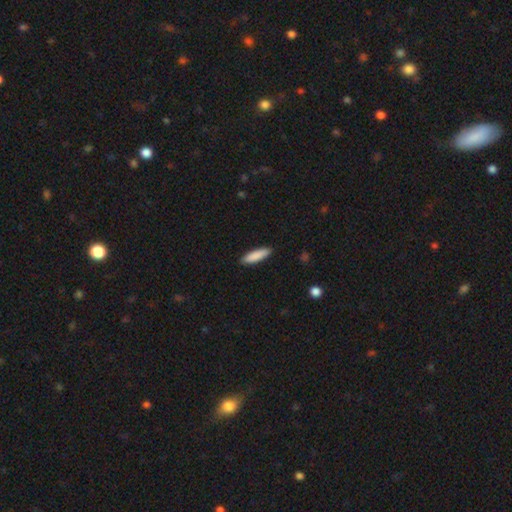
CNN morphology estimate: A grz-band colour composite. It shows a smooth galaxy with no disk features (88%) that is cigar-shaped (70%). Merging: none (90%).